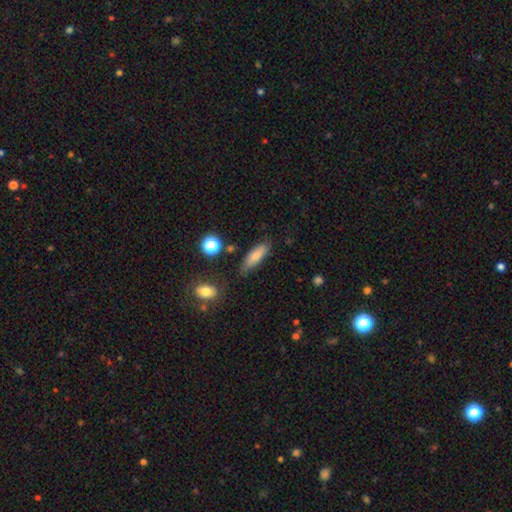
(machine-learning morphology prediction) smooth-or-featured: smooth: 76% | featured or disk: 15% | star or artifact: 9%
  how-rounded: in between: 56% | cigar-shaped: 40% | round: 3%
  merging: none: 66% | minor disturbance: 24% | major disturbance: 6% | merger: 4%